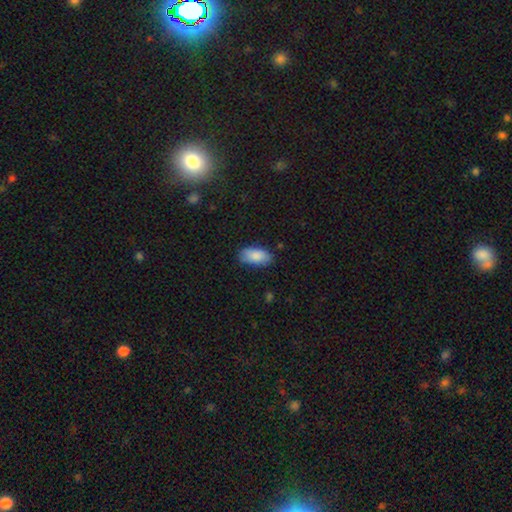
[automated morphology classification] This is clearly a smooth galaxy (87%). How rounded: clearly in between (92%). Merging: clearly none (80%).